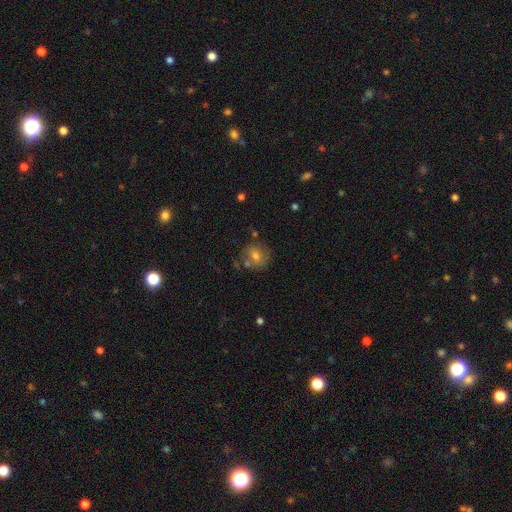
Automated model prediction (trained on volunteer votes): This is likely a smooth galaxy (68%). How rounded: clearly round (81%). Merging: likely none (68%).